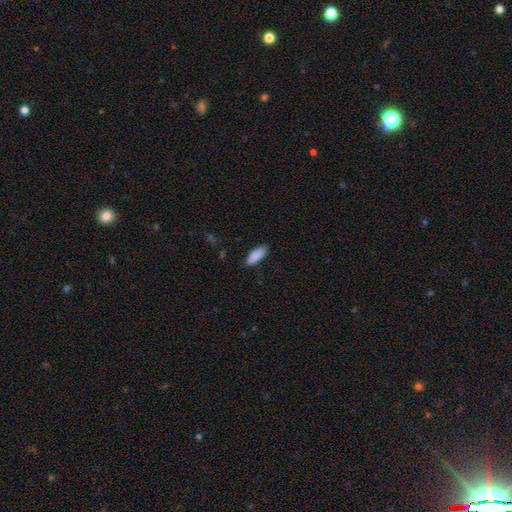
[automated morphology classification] The model was most divided on "how rounded": in between: 75%, cigar-shaped: 24%, round: 2%. More confident: smooth or featured — smooth (89%); merging — none (84%).